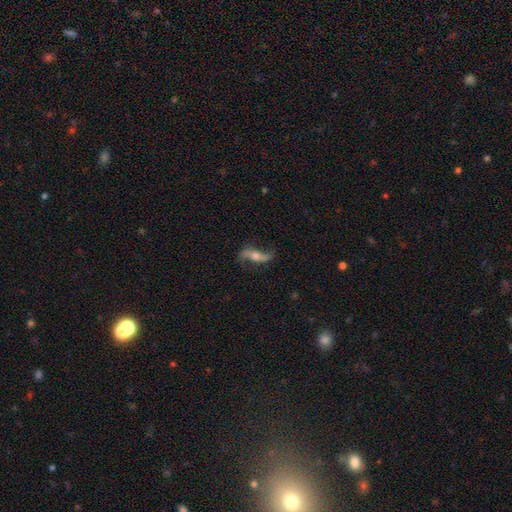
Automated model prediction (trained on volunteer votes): smooth-or-featured: featured or disk: 78% | smooth: 14% | star or artifact: 8%
  disk-edge-on: no: 80% | yes: 20%
    bar: no: 43% | strong: 29% | weak: 28%
    has-spiral-arms: yes: 92% | no: 8%
      spiral-winding: loose: 84% | medium: 12% | tight: 4%
      spiral-arm-count: 2: 92% | can't tell: 3% | 1: 2% | 3: 1% | 4: 1% | more than 4: 1%
    bulge-size: moderate: 57% | small: 33% | large: 6% | none: 3% | dominant: 2%
  merging: none: 76% | minor disturbance: 15% | major disturbance: 7% | merger: 2%